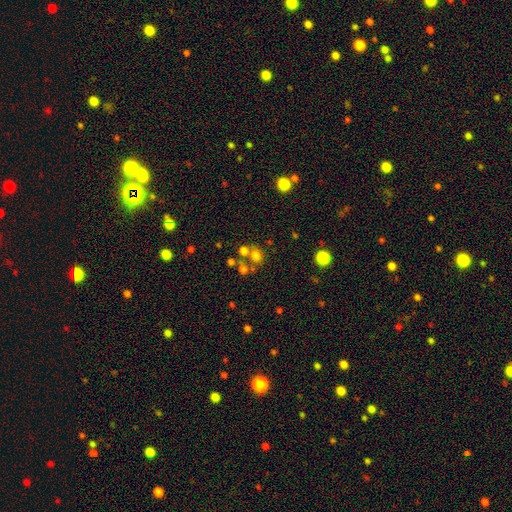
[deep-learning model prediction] smooth_or_featured: smooth (p=0.67) [alt: star or artifact p=0.21]
how_rounded: round (p=0.71) [alt: in between p=0.28]
merging: none (p=0.53) [alt: merger p=0.30]